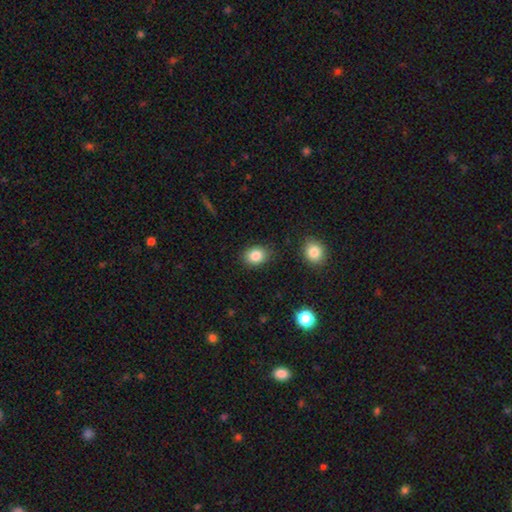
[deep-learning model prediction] smooth-or-featured: smooth: 85% | star or artifact: 9% | featured or disk: 6%
  how-rounded: in between: 57% | round: 42% | cigar-shaped: 1%
  merging: none: 84% | minor disturbance: 11% | major disturbance: 3% | merger: 2%